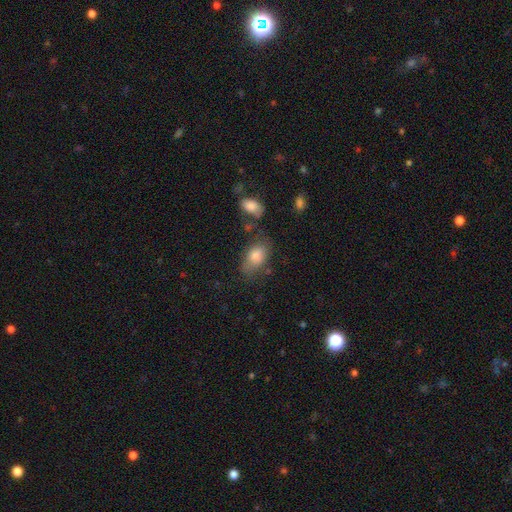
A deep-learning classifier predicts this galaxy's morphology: Smooth or featured?
  - smooth: 79% *
  - featured or disk: 13%
  - star or artifact: 8%
How rounded?
  - in between: 87% *
  - round: 11%
  - cigar-shaped: 2%
Merging?
  - none: 59% *
  - minor disturbance: 25%
  - major disturbance: 9%
  - merger: 7%